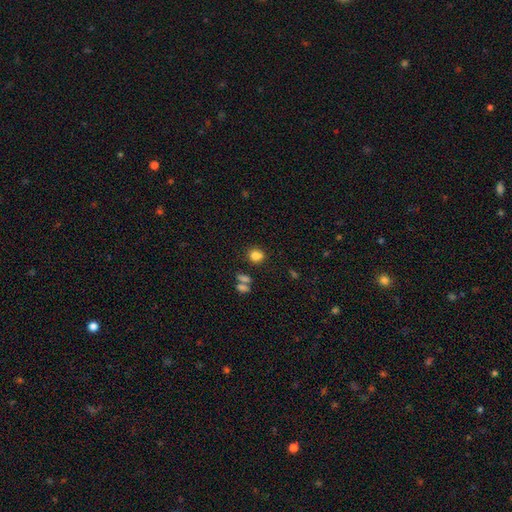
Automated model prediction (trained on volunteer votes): Morphology: type=smooth (80%); roundness=round (71%); merging=none (69%).